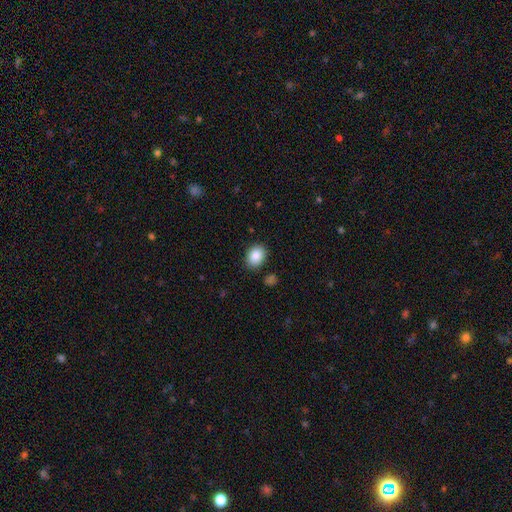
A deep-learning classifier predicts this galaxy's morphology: type=smooth (88%); roundness=in between (64%); merging=none (87%).